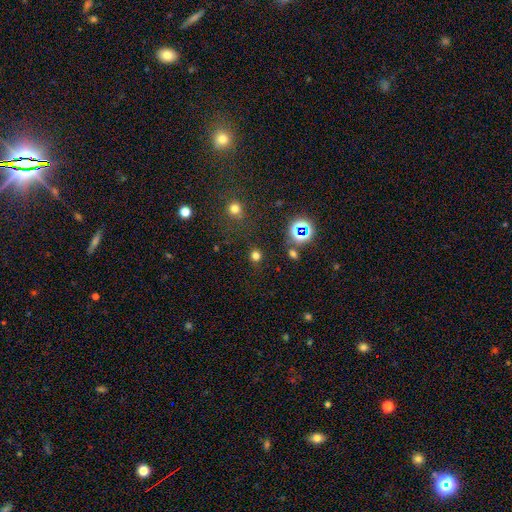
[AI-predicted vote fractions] Smooth or featured: smooth — 68% (star or artifact — 27%)
How rounded: round — 86% (in between — 13%)
Merging: none — 84% (minor disturbance — 8%)